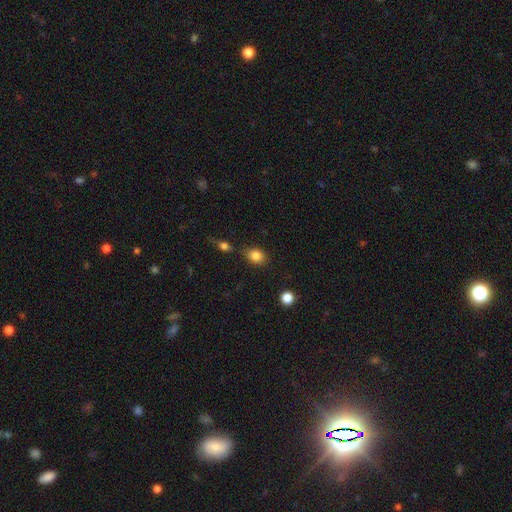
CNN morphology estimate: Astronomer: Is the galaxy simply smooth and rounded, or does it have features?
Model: smooth — 84%.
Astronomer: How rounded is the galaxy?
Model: in between — 55% (runner-up: round, 43%).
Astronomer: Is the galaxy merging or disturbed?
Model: none — 70%.